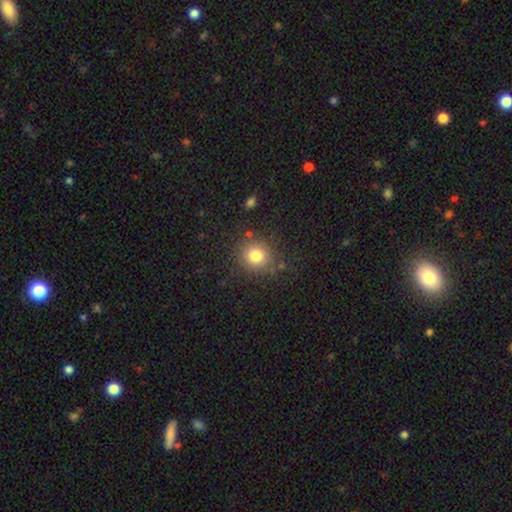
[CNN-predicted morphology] Smooth or featured? Predicted: smooth (p=0.80). How rounded? Predicted: round (p=0.86). Merging? Predicted: none (p=0.83).